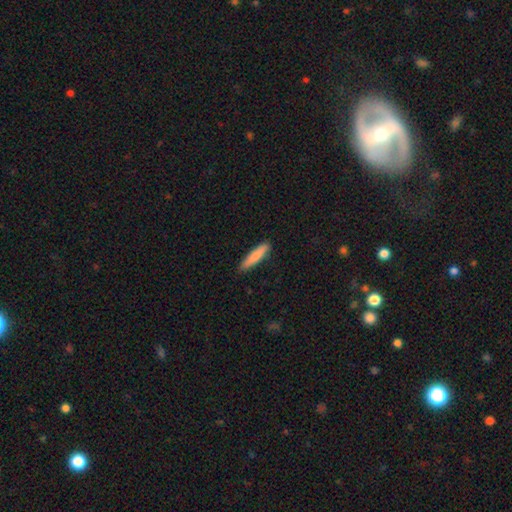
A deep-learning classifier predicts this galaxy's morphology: This appears to be a smooth galaxy with no disk features (82%) that is cigar-shaped (86%). Merging: none (87%).